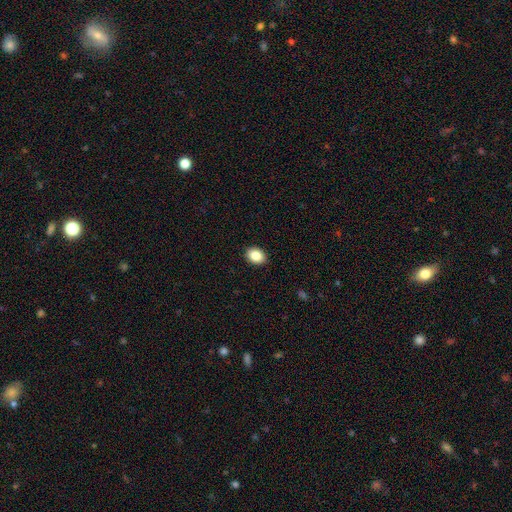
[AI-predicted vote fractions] This is clearly a smooth galaxy (87%). How rounded: likely in between (70%). Merging: clearly none (91%).